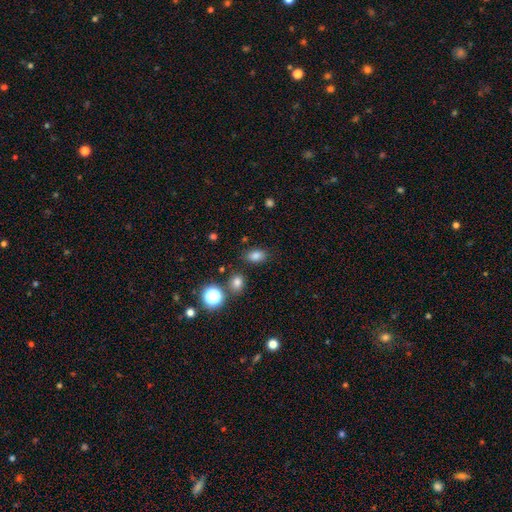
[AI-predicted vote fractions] smooth-or-featured: smooth: 80% | star or artifact: 14% | featured or disk: 6%
  how-rounded: in between: 80% | round: 18% | cigar-shaped: 1%
  merging: none: 81% | minor disturbance: 11% | merger: 5% | major disturbance: 4%